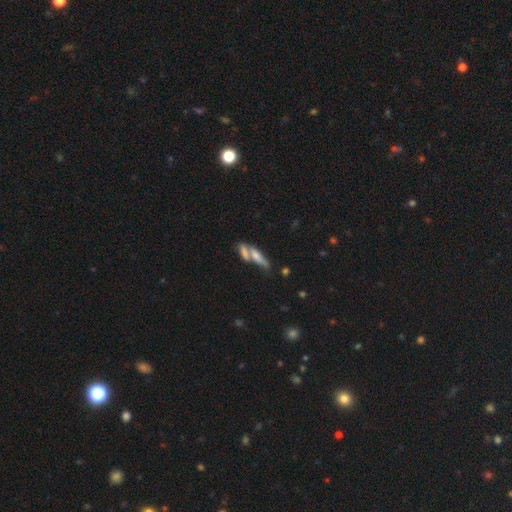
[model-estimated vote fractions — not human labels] Q: Smooth or featured?
A: smooth (51%); runner-up: featured or disk (39%)
Q: How rounded?
A: cigar-shaped (63%); runner-up: in between (34%)
Q: Merging?
A: merger (45%); runner-up: none (38%)